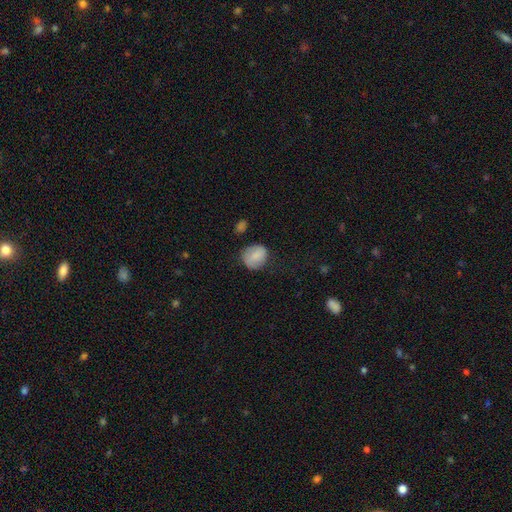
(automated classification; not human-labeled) A smooth galaxy with no disk features (81%) that is round (71%).

Vote fractions:
- Smooth or featured? smooth: 81% / featured or disk: 11% / star or artifact: 8%
- How rounded? round: 71% / in between: 28% / cigar-shaped: 1%
- Merging? none: 69% / minor disturbance: 22% / major disturbance: 7% / merger: 2%